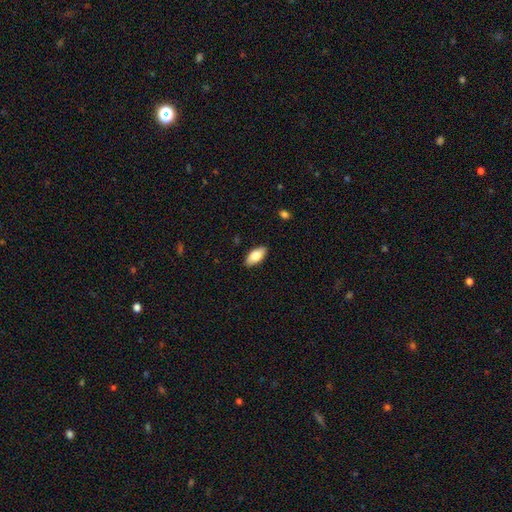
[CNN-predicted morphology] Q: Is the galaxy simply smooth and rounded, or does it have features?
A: smooth — 80%.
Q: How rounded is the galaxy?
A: in between — 90%.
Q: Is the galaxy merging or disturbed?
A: none — 89%.